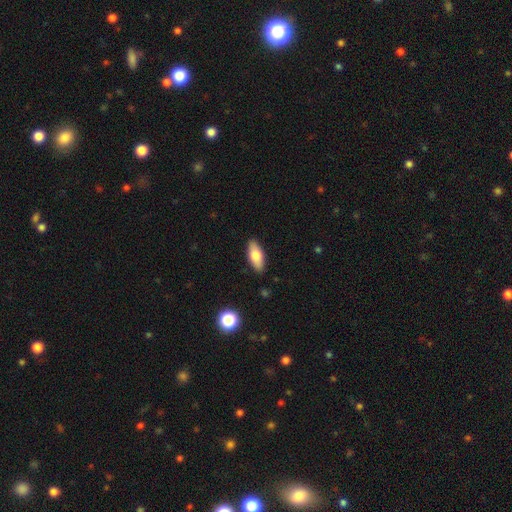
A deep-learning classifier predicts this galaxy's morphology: Smooth or featured?
  - smooth: 72% *
  - featured or disk: 22%
  - star or artifact: 6%
How rounded?
  - in between: 80% *
  - cigar-shaped: 17%
  - round: 3%
Merging?
  - none: 88% *
  - minor disturbance: 9%
  - major disturbance: 2%
  - merger: 1%